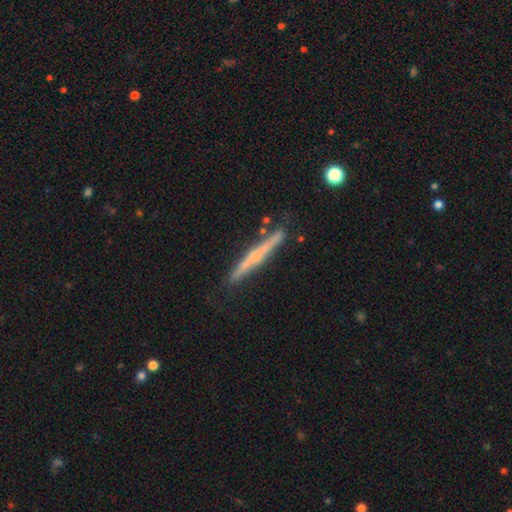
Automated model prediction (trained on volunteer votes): Overall: featured or disk (67%). Edge-on disk: yes (97%). Edge-on bulge: rounded (63%; none 31%). Merging: none (84%).